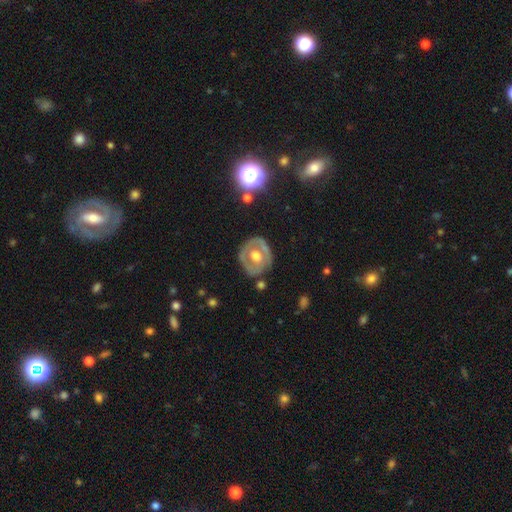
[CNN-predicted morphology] featured or disk 61%, smooth 32%, star or artifact 6%. Down the decision tree: edge-on disk — no (95%); bar — no (72%); spiral arms — no (76%); bulge size — moderate (66%); merging — none (73%).